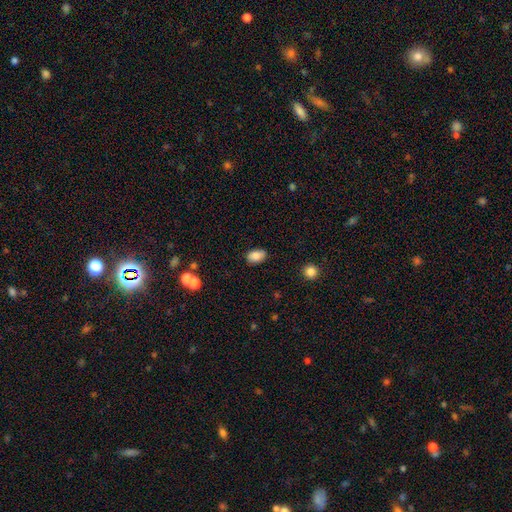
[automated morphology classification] Smooth or featured: smooth — 85% (star or artifact — 8%)
How rounded: in between — 87% (round — 11%)
Merging: none — 83% (minor disturbance — 12%)